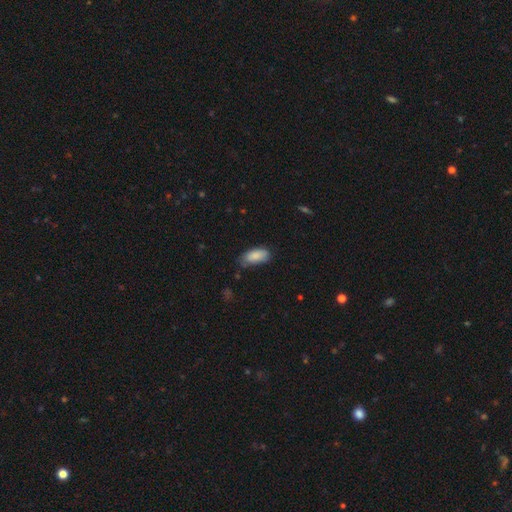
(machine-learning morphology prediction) Smooth or featured? Predicted: smooth (p=0.86). How rounded? Predicted: in between (p=0.91). Merging? Predicted: none (p=0.61).